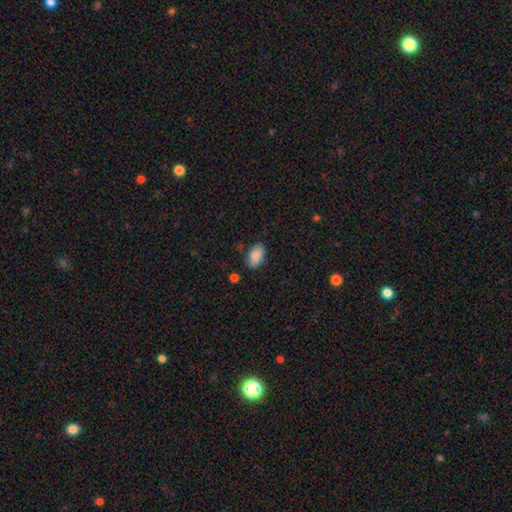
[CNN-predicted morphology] Smooth or featured? Predicted: smooth (p=0.88). How rounded? Predicted: in between (p=0.94). Merging? Predicted: none (p=0.84).